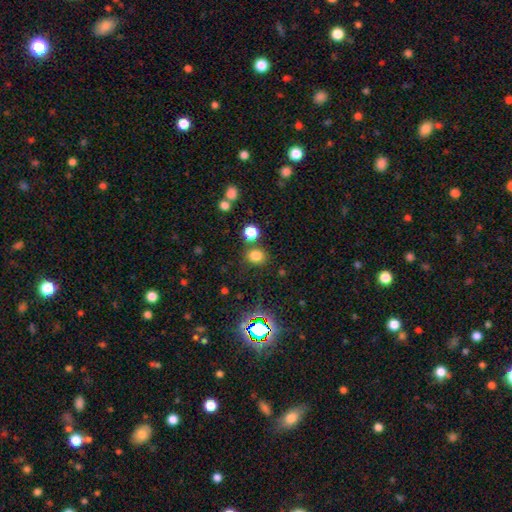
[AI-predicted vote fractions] Overall: smooth (76%). How rounded: round (66%; in between 33%). Merging: none (75%).